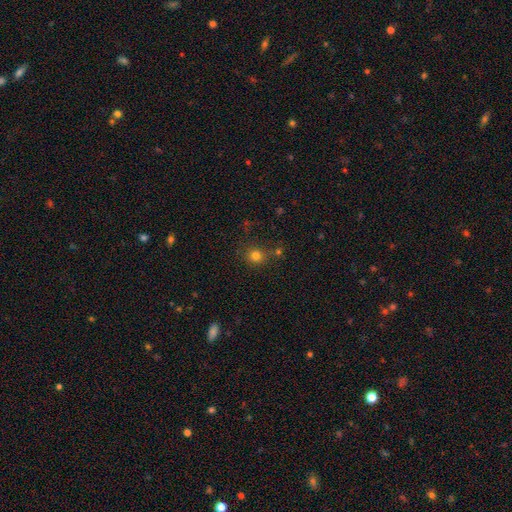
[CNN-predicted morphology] Smooth or featured? Predicted: smooth (p=0.77). How rounded? Predicted: round (p=0.89). Merging? Predicted: none (p=0.75).